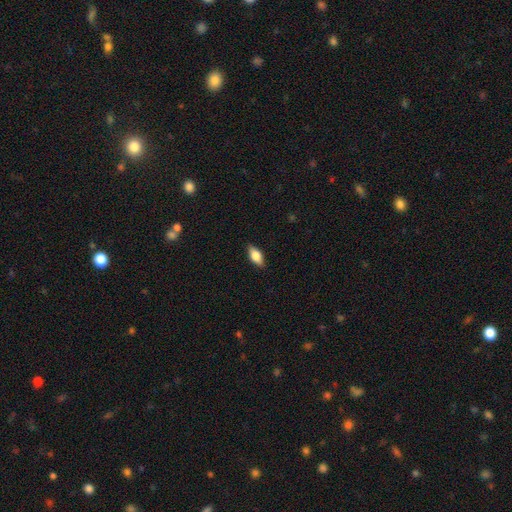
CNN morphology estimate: type=smooth (71%); roundness=in between (83%); merging=none (86%).